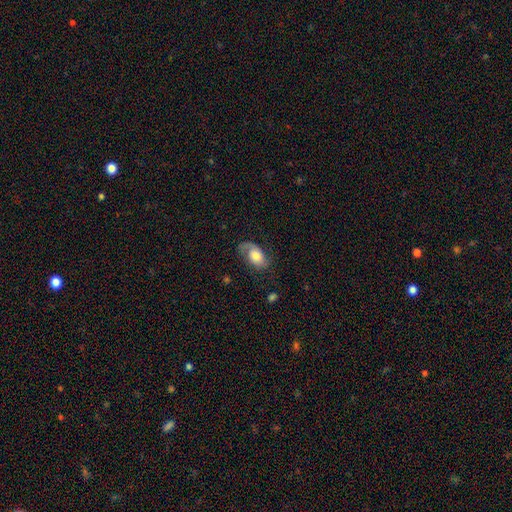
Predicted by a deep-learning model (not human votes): Smooth or featured: smooth — 47% (featured or disk — 45%)
Merging: none — 55% (minor disturbance — 26%)